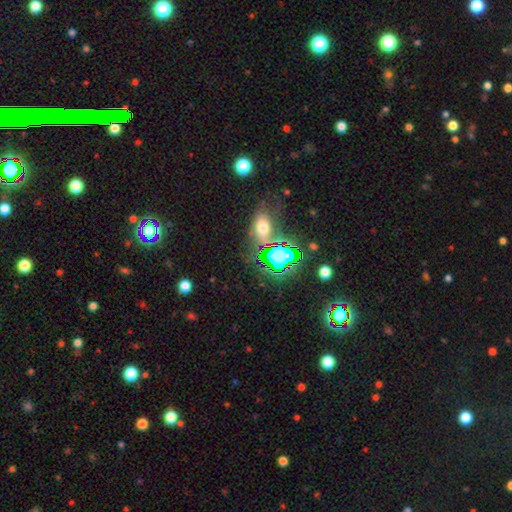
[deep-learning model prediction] The model was most divided on "smooth or featured": star or artifact: 70%, smooth: 20%, featured or disk: 9%.